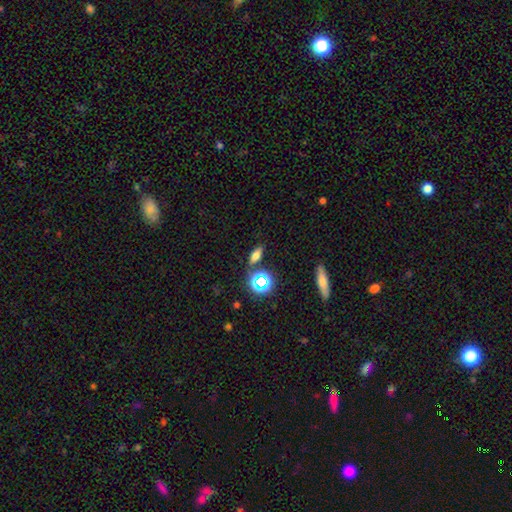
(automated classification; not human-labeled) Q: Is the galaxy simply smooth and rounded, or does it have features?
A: smooth — 63%.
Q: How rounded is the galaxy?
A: in between — 66%.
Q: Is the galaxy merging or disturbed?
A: none — 80%.